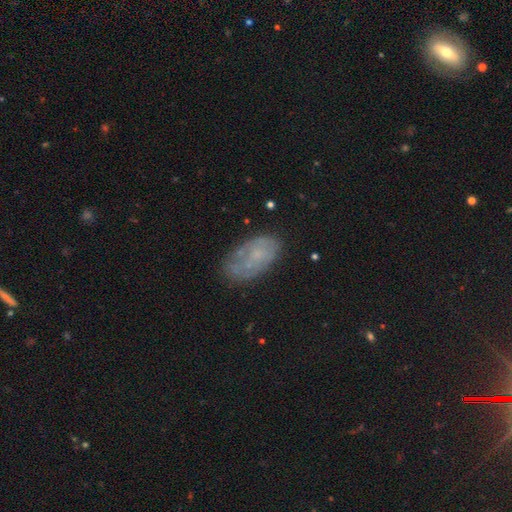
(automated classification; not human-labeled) A featured or disk galaxy (45%). Merging: none (64%).